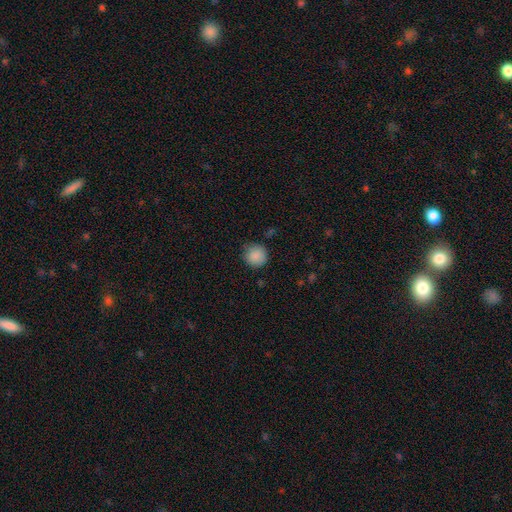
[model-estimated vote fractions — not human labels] Smooth or featured? Predicted: smooth (p=0.88). How rounded? Predicted: round (p=0.93). Merging? Predicted: none (p=0.80).